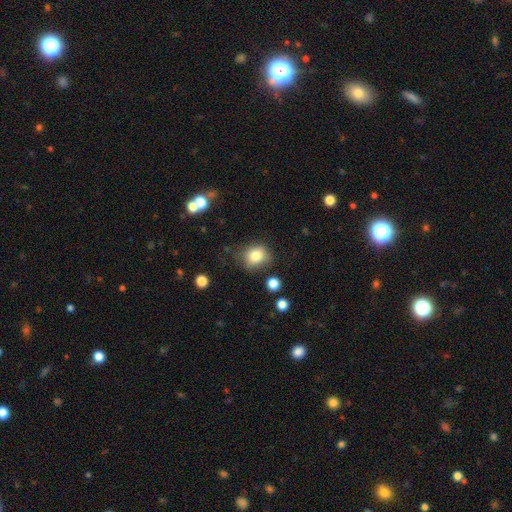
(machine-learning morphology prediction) Smooth or featured? Predicted: smooth (p=0.81). How rounded? Predicted: round (p=0.66). Merging? Predicted: none (p=0.70).